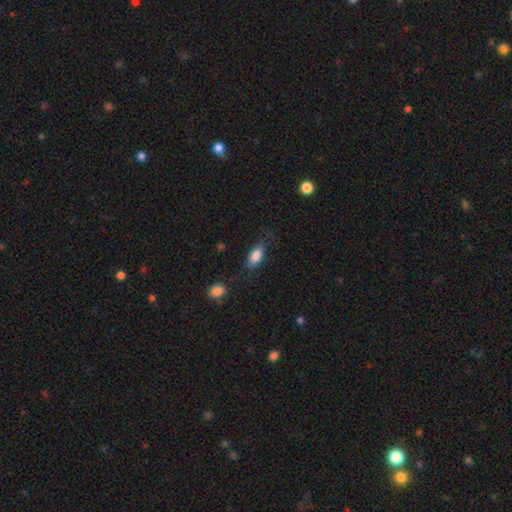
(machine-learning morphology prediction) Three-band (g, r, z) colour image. It shows a smooth galaxy with no disk features (81%) that is in between round and cigar-shaped (86%). Merging: none (69%).